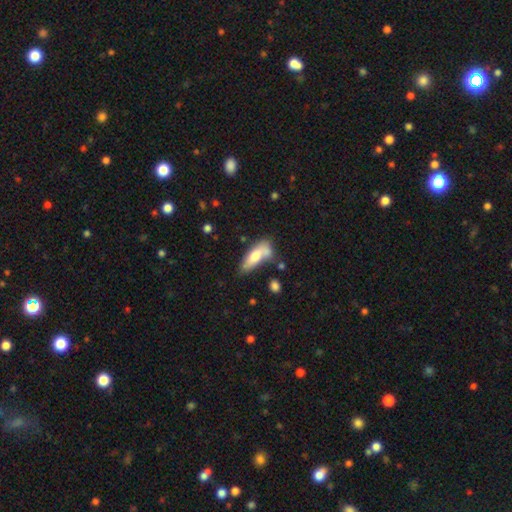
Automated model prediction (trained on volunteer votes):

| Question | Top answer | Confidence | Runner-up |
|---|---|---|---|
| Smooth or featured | smooth | 67% | featured or disk (26%) |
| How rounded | in between | 57% | cigar-shaped (40%) |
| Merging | none | 43% | minor disturbance (24%) |